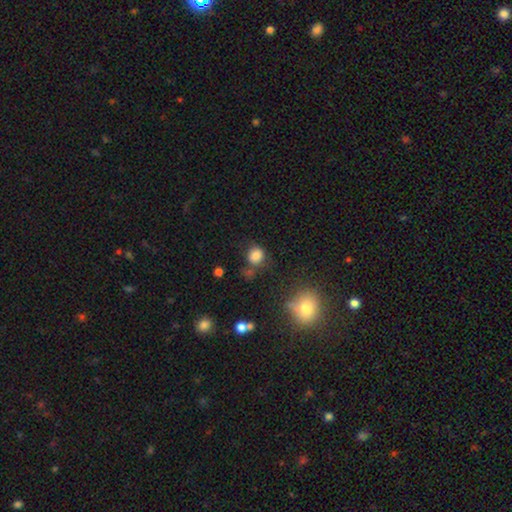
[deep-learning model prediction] This appears to be a smooth galaxy with no disk features (81%) that is round (77%). Merging: none (67%).